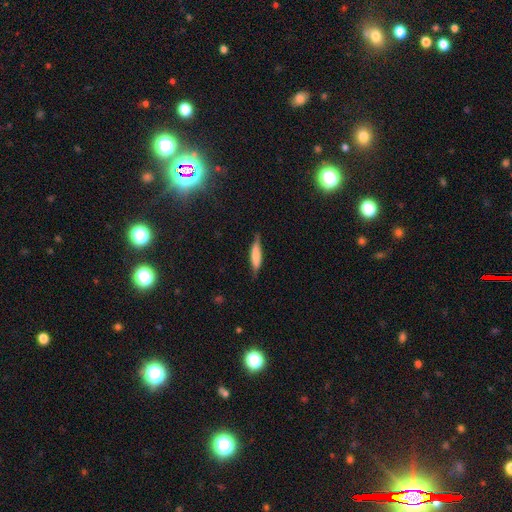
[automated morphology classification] Smooth or featured?
  - smooth: 69% *
  - featured or disk: 25%
  - star or artifact: 6%
How rounded?
  - cigar-shaped: 78% *
  - in between: 20%
  - round: 2%
Merging?
  - none: 74% *
  - minor disturbance: 21%
  - major disturbance: 4%
  - merger: 1%